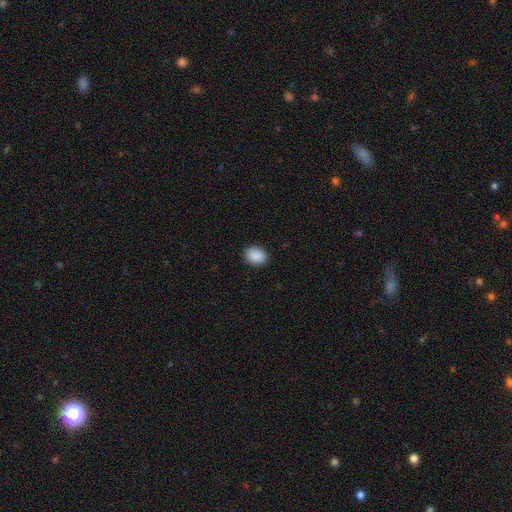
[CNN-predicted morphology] A smooth galaxy with no disk features (90%) that is in between round and cigar-shaped (64%). Merging: none (90%).